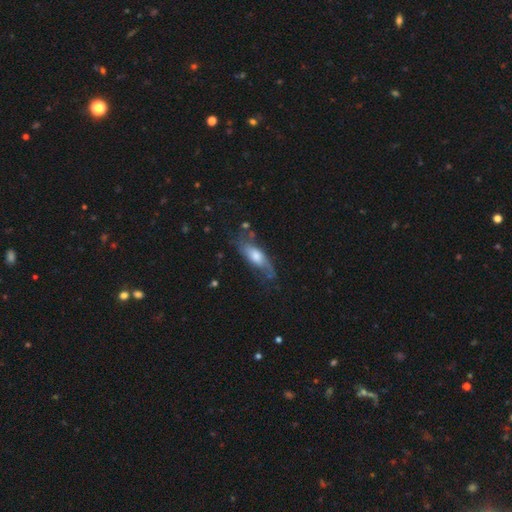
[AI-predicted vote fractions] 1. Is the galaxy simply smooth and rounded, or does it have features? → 47% featured or disk, 45% smooth, 8% star or artifact.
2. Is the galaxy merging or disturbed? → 54% none, 27% minor disturbance, 15% major disturbance, 4% merger.